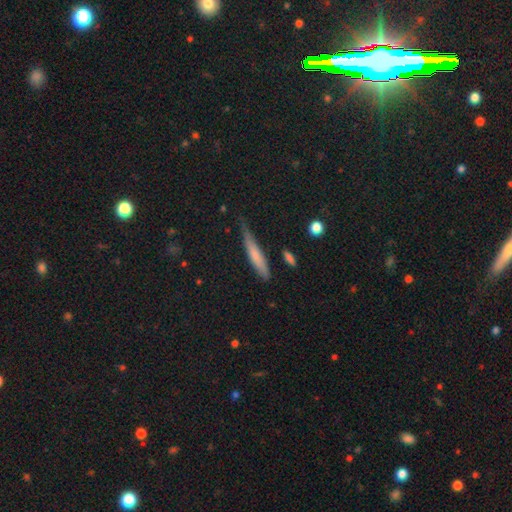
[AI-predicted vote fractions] Morphology: type=smooth (66%); roundness=cigar-shaped (90%); merging=none (58%).